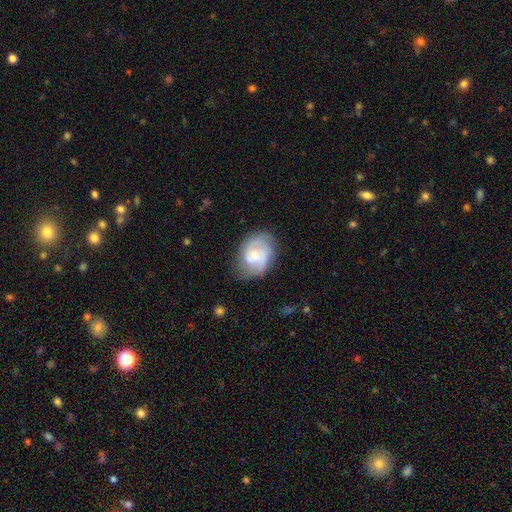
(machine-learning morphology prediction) Smooth or featured?
  - featured or disk: 63% *
  - smooth: 30%
  - star or artifact: 7%
Edge-on disk?
  - no: 97% *
  - yes: 3%
Bar?
  - no: 56% *
  - weak: 38%
  - strong: 6%
Spiral arms?
  - yes: 85% *
  - no: 15%
Spiral winding?
  - medium: 45% *
  - tight: 37%
  - loose: 18%
Spiral arm count?
  - 2: 60% *
  - can't tell: 22%
  - 3: 9%
  - 1: 4%
  - 4: 2%
  - more than 4: 2%
Bulge size?
  - small: 47% *
  - moderate: 45%
  - large: 4%
  - none: 3%
  - dominant: 1%
Merging?
  - none: 68% *
  - minor disturbance: 21%
  - major disturbance: 8%
  - merger: 3%